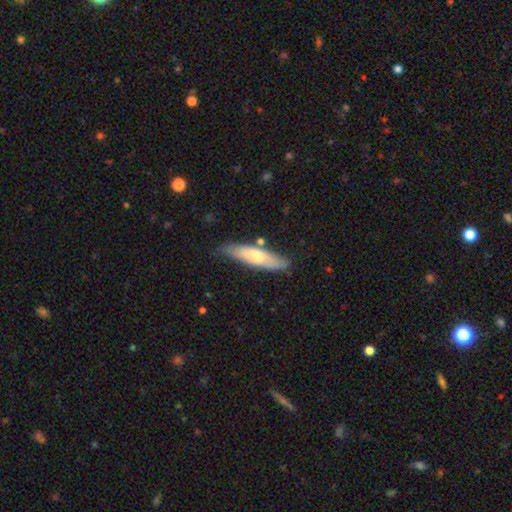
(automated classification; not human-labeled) The model was most divided on "smooth or featured": smooth: 61%, featured or disk: 33%, star or artifact: 5%. More confident: merging — none (72%); how rounded — cigar-shaped (70%).